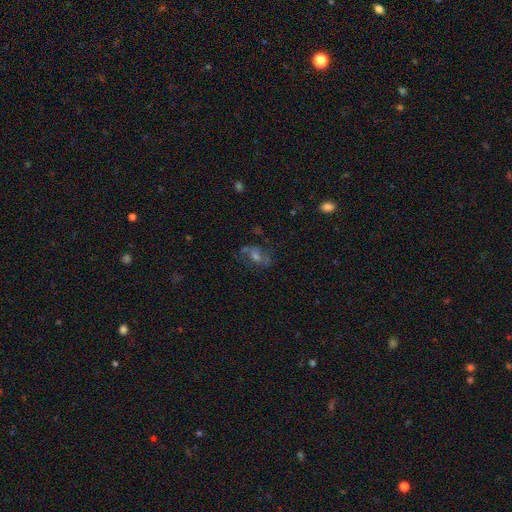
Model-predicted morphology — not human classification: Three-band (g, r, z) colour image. It shows a featured or disk galaxy (50%). Merging: none (66%).